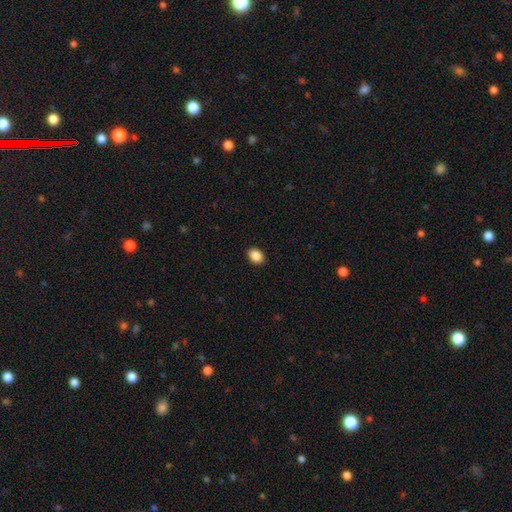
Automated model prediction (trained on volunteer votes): A smooth galaxy with no disk features (89%) that is in between round and cigar-shaped (66%). Merging: none (91%).